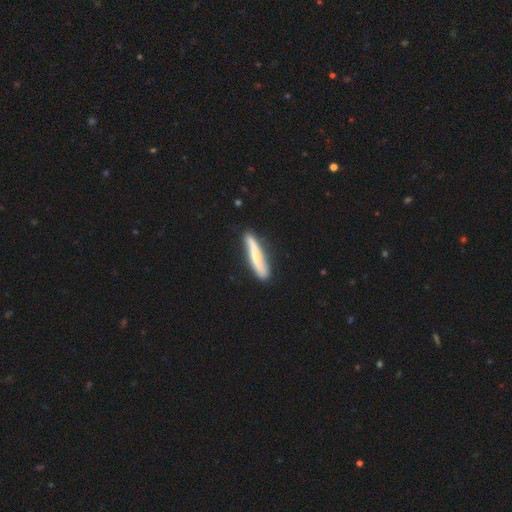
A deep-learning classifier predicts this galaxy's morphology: Smooth or featured? smooth (53%)
How rounded? cigar-shaped (92%)
Merging? none (78%)